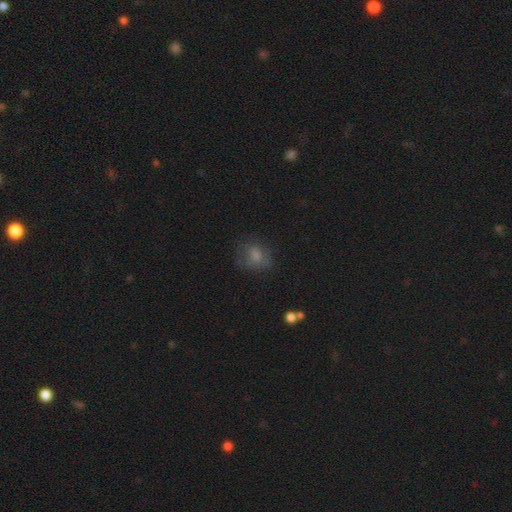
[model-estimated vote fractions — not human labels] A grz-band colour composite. It shows a smooth galaxy with no disk features (64%) that is round (53%). Merging: none (56%).